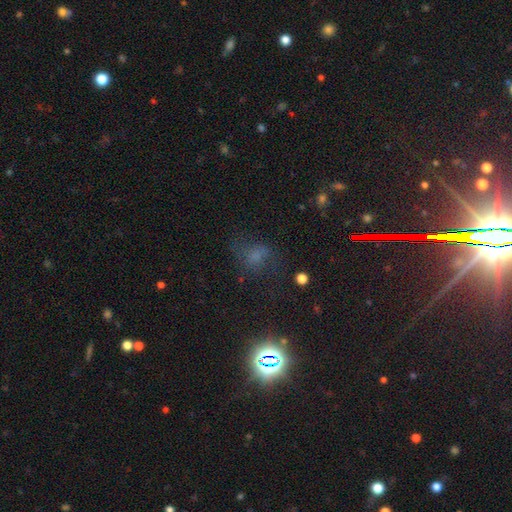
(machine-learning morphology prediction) The model was most divided on "smooth or featured": smooth: 42%, star or artifact: 38%, featured or disk: 20%. More confident: merging — none (56%).